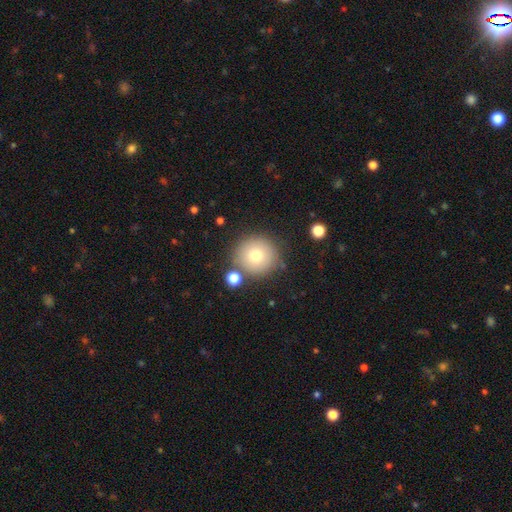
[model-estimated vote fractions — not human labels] Smooth or featured? Predicted: smooth (p=0.75). How rounded? Predicted: round (p=0.93). Merging? Predicted: none (p=0.79).